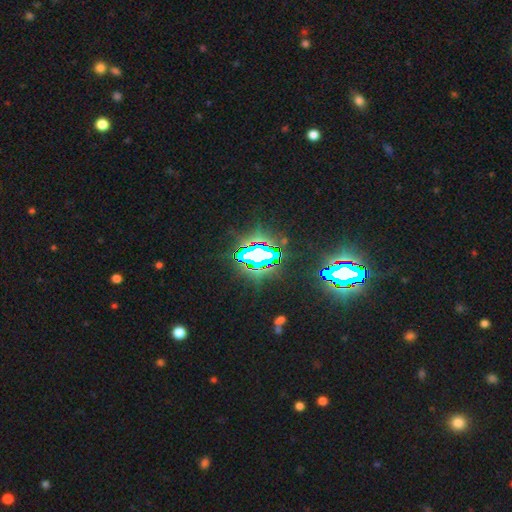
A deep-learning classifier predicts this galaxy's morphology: The model was most divided on "smooth or featured": star or artifact: 77%, smooth: 12%, featured or disk: 11%.